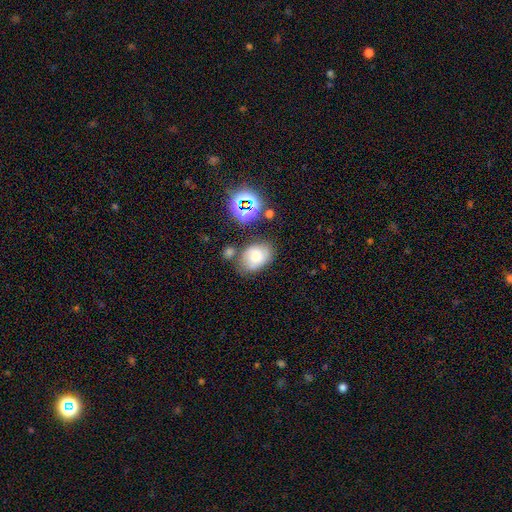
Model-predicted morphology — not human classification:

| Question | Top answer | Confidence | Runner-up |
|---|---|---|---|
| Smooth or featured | smooth | 70% | featured or disk (16%) |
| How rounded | in between | 74% | round (25%) |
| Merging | none | 63% | minor disturbance (21%) |